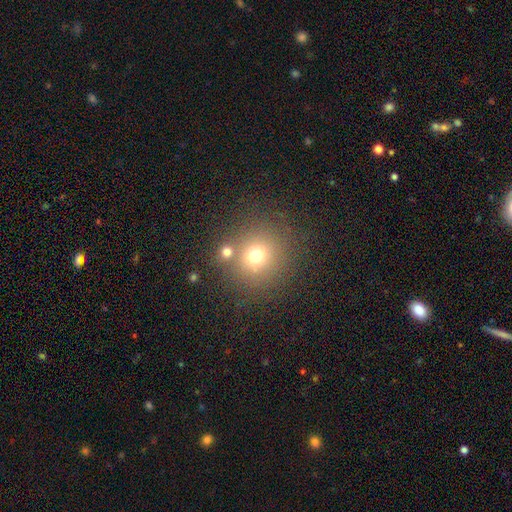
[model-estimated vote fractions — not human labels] A smooth galaxy with no disk features (69%) that is round (89%).

Vote fractions:
- Smooth or featured? smooth: 69% / star or artifact: 18% / featured or disk: 12%
- How rounded? round: 89% / in between: 10% / cigar-shaped: 1%
- Merging? none: 71% / merger: 15% / minor disturbance: 9% / major disturbance: 5%